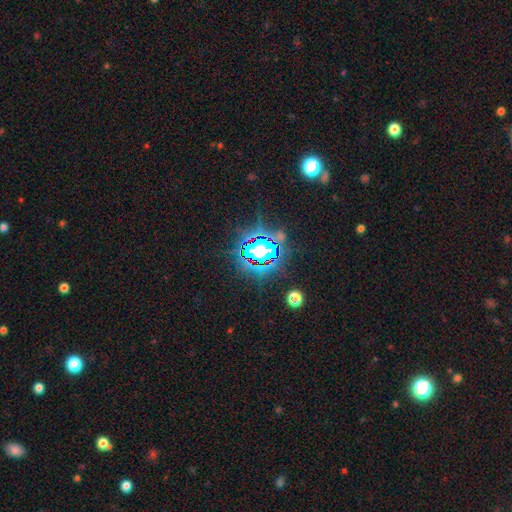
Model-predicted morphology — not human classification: star or artifact 76%, smooth 13%, featured or disk 11%.